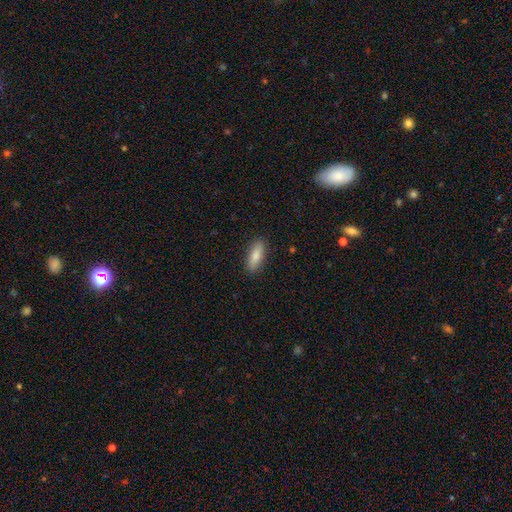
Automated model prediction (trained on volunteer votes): smooth_or_featured: smooth (p=0.82) [alt: featured or disk p=0.12]
how_rounded: in between (p=0.62) [alt: cigar-shaped p=0.36]
merging: none (p=0.89) [alt: minor disturbance p=0.08]